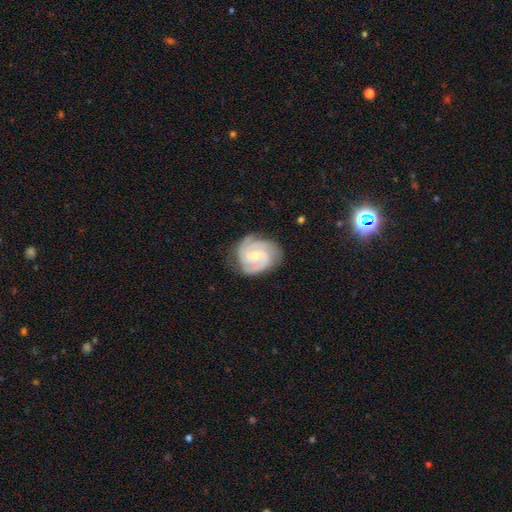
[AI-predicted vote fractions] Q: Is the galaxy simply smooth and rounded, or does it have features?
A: featured or disk — 84%.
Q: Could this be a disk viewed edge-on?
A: no — 98%.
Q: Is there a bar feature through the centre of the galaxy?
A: no — 56%.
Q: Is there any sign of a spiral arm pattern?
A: yes — 97%.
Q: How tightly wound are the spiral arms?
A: tight — 58%.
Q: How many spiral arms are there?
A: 3 — 48%.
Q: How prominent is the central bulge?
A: small — 59%.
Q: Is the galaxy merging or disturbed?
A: none — 75%.